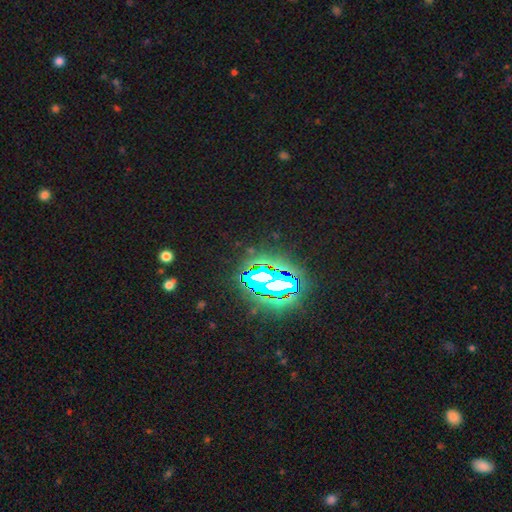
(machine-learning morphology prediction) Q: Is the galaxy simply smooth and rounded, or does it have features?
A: star or artifact — 78%.